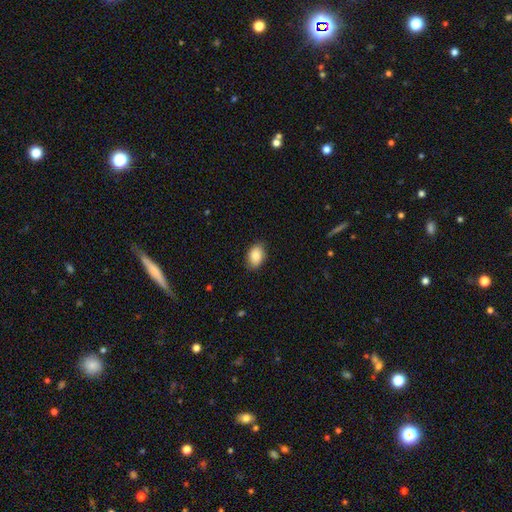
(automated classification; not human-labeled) A smooth galaxy with no disk features (87%) that is in between round and cigar-shaped (86%). Merging: none (87%).